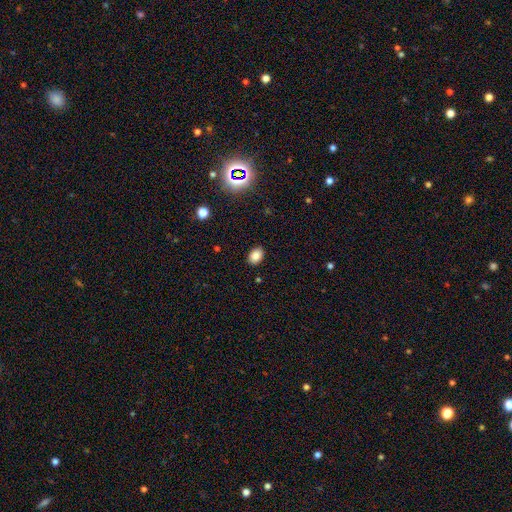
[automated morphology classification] A smooth galaxy with no disk features (84%) that is in between round and cigar-shaped (79%). Merging: none (89%).